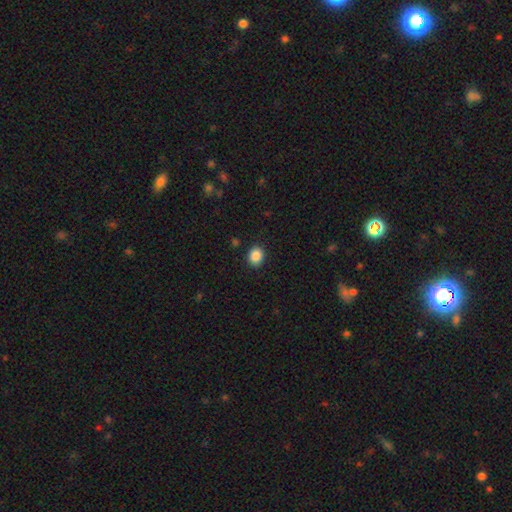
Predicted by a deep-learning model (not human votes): The model was most divided on "how rounded": round: 61%, in between: 39%, cigar-shaped: 1%. More confident: merging — none (90%); smooth or featured — smooth (88%).